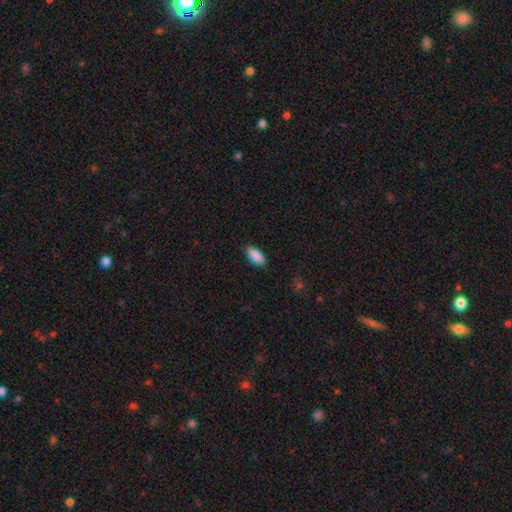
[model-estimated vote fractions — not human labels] A smooth galaxy with no disk features (89%) that is in between round and cigar-shaped (85%).

Vote fractions:
- Smooth or featured? smooth: 89% / star or artifact: 6% / featured or disk: 4%
- How rounded? in between: 85% / cigar-shaped: 13% / round: 2%
- Merging? none: 87% / minor disturbance: 10% / major disturbance: 2% / merger: 1%